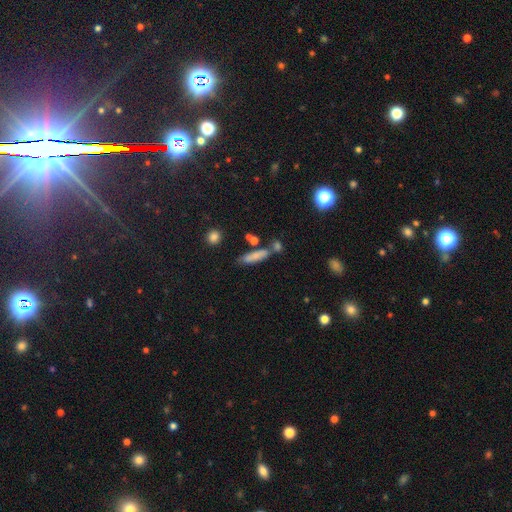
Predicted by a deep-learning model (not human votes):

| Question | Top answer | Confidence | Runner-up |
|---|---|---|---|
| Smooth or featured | smooth | 75% | featured or disk (15%) |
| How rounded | cigar-shaped | 71% | in between (26%) |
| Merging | none | 61% | merger (18%) |